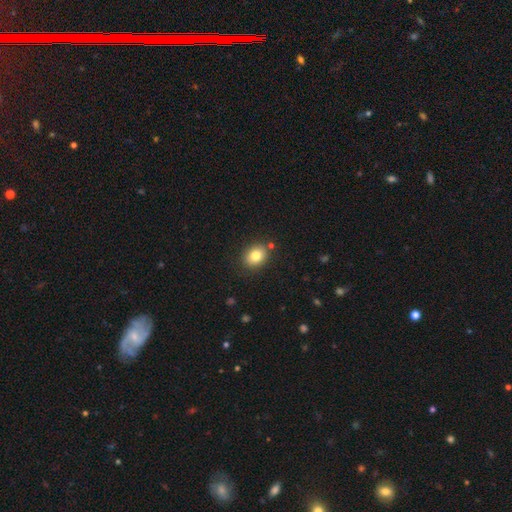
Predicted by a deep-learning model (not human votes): Smooth or featured: smooth — 80% (star or artifact — 10%)
How rounded: round — 50% (in between — 49%)
Merging: none — 84% (minor disturbance — 10%)